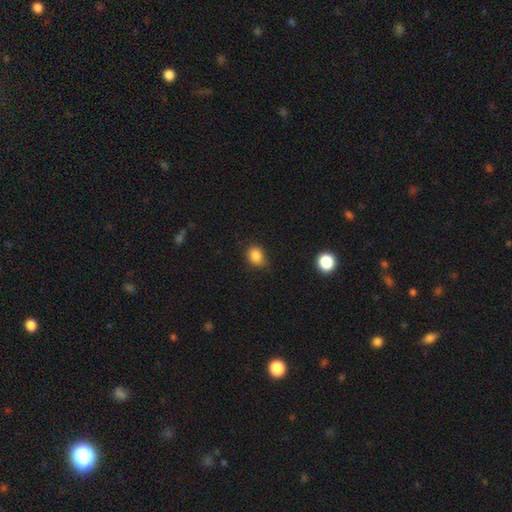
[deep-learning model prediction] Q: Smooth or featured?
A: smooth (84%); runner-up: star or artifact (11%)
Q: How rounded?
A: round (55%); runner-up: in between (44%)
Q: Merging?
A: none (70%); runner-up: minor disturbance (24%)